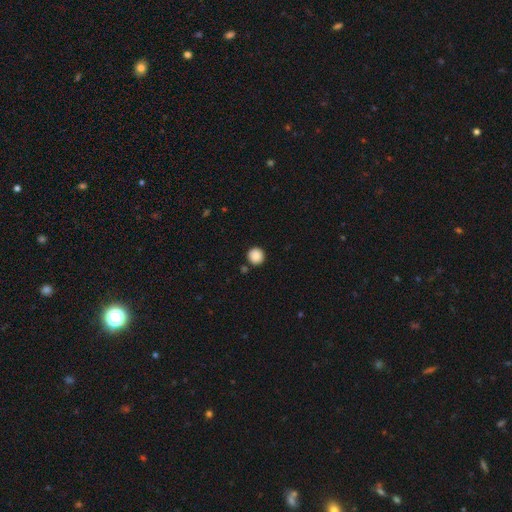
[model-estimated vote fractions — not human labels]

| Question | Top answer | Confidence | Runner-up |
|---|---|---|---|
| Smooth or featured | smooth | 89% | star or artifact (9%) |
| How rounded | round | 94% | in between (5%) |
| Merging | none | 89% | minor disturbance (6%) |